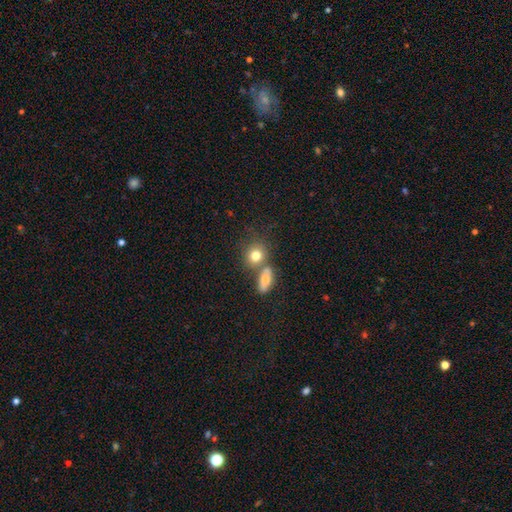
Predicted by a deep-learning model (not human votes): Smooth or featured: smooth — 79% (featured or disk — 11%)
How rounded: round — 74% (in between — 24%)
Merging: none — 53% (merger — 32%)